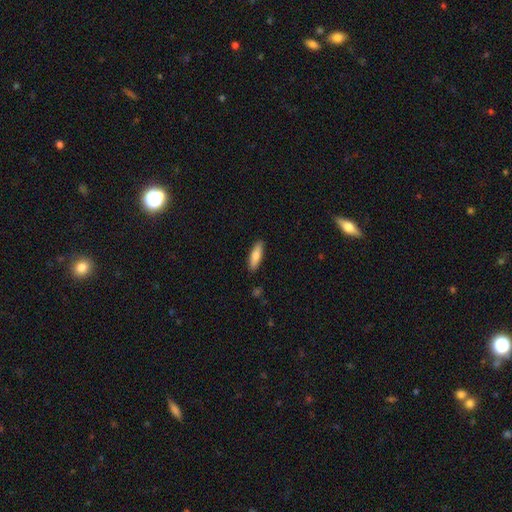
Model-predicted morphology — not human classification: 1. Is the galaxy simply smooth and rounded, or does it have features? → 78% smooth, 16% featured or disk, 6% star or artifact.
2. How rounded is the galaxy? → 52% cigar-shaped, 46% in between, 2% round.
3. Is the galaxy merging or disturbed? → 87% none, 9% minor disturbance, 2% major disturbance, 1% merger.